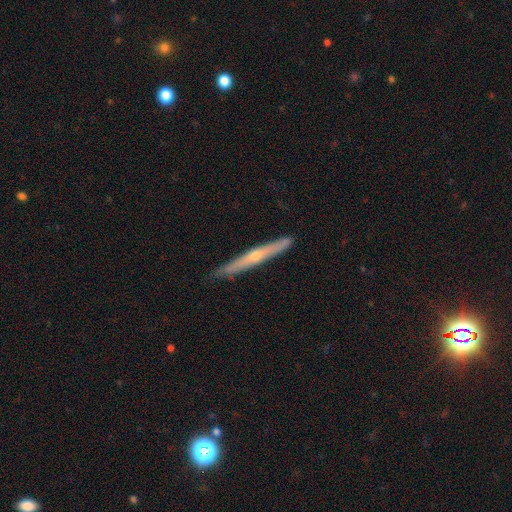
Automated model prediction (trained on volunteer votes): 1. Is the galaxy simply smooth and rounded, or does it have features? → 63% featured or disk, 31% smooth, 6% star or artifact.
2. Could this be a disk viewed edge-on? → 95% yes, 5% no.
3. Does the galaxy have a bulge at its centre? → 67% rounded, 31% none, 2% boxy.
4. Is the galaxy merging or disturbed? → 87% none, 11% minor disturbance, 1% major disturbance, 1% merger.